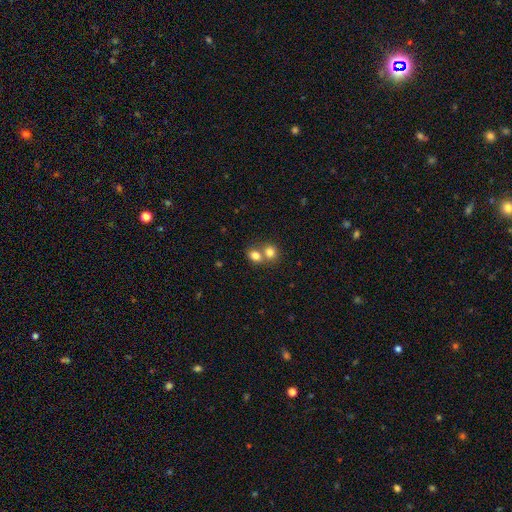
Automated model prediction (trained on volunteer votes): Smooth or featured: smooth — 79% (star or artifact — 10%)
How rounded: round — 57% (in between — 42%)
Merging: merger — 58% (none — 33%)